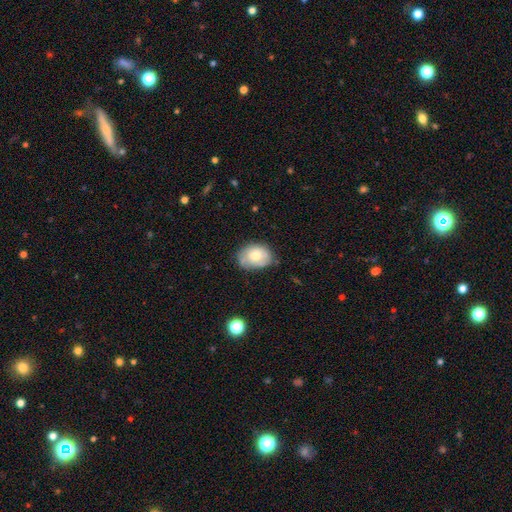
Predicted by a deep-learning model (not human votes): A smooth galaxy with no disk features (64%) that is in between round and cigar-shaped (71%). Merging: none (63%).